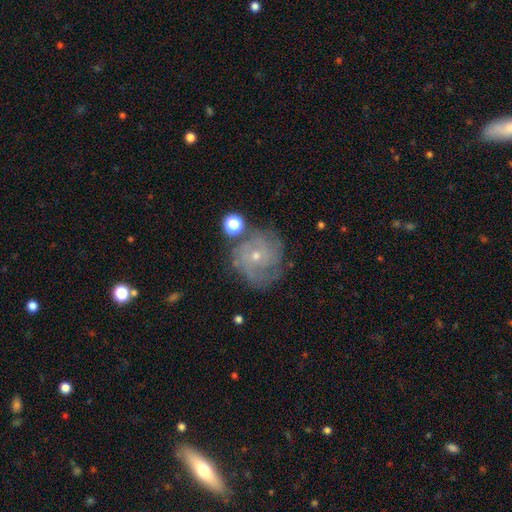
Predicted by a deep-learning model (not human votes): featured or disk 69%, smooth 21%, star or artifact 10%. Down the decision tree: edge-on disk — no (97%); bar — no (79%); spiral arms — yes (85%); spiral arm count — can't tell (41%); spiral winding — tight (60%); bulge size — small (71%); merging — none (68%).